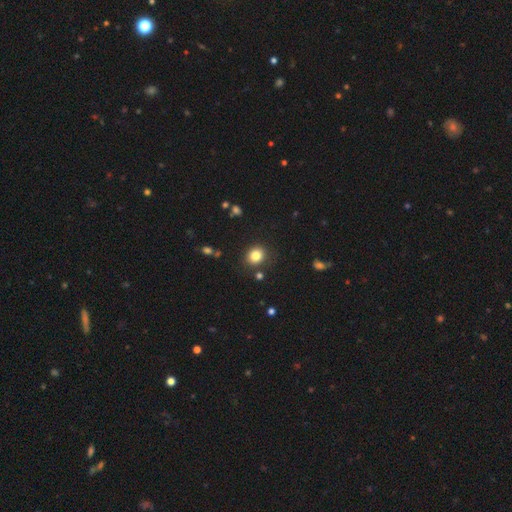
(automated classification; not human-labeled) This is clearly a smooth galaxy (82%). How rounded: likely round (72%). Merging: clearly none (85%).